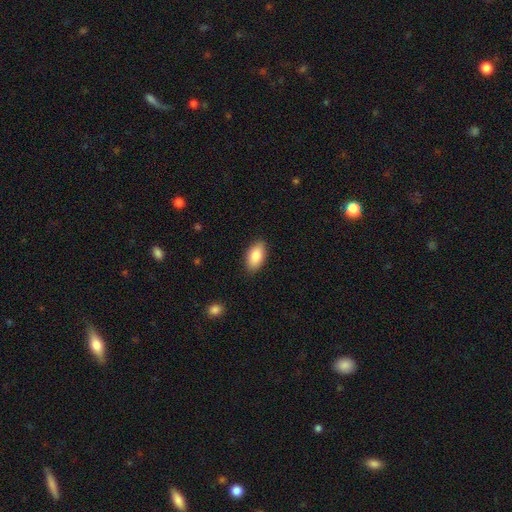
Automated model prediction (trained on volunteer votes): Q: Smooth or featured?
A: smooth (87%); runner-up: featured or disk (7%)
Q: How rounded?
A: in between (93%); runner-up: cigar-shaped (4%)
Q: Merging?
A: none (87%); runner-up: minor disturbance (9%)